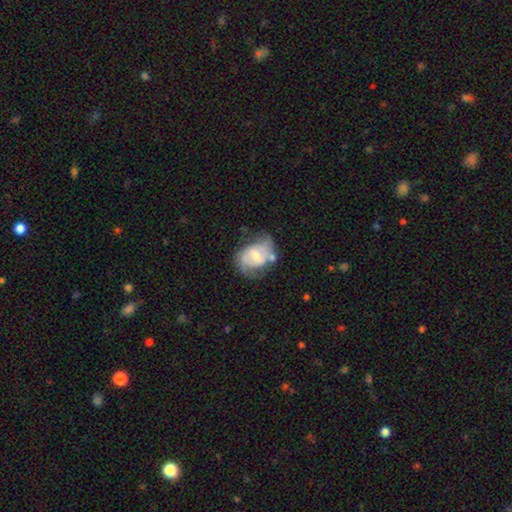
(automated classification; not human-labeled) Smooth or featured? featured or disk (59%)
Edge-on disk? no (96%)
Bar? weak (52%)
Spiral arms? yes (70%)
Bulge size? moderate (52%)
Merging? none (46%)